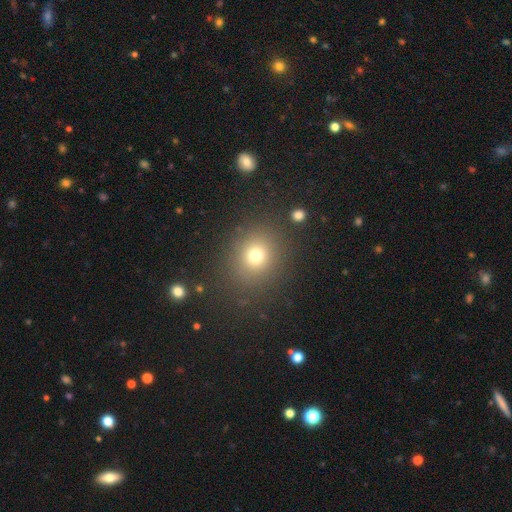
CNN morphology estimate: A smooth galaxy with no disk features (73%) that is round (79%).

Vote fractions:
- Smooth or featured? smooth: 73% / star or artifact: 18% / featured or disk: 9%
- How rounded? round: 79% / in between: 20% / cigar-shaped: 1%
- Merging? none: 85% / minor disturbance: 8% / major disturbance: 4% / merger: 2%